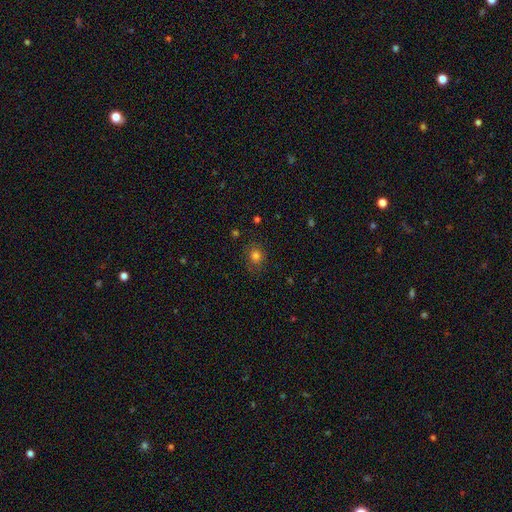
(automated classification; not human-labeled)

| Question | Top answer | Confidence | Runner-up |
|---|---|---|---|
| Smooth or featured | smooth | 78% | star or artifact (15%) |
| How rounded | round | 72% | in between (27%) |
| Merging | none | 80% | minor disturbance (14%) |